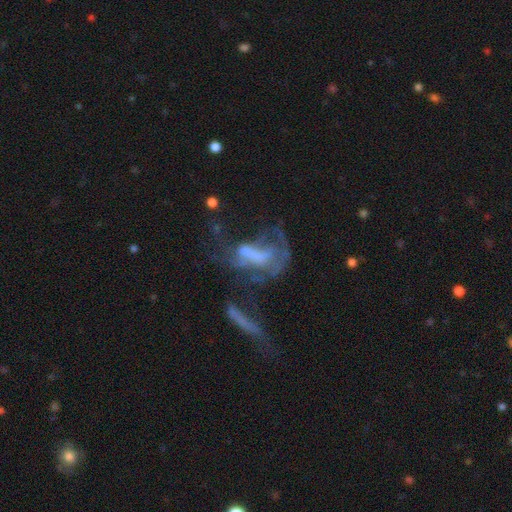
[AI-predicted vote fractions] Smooth or featured?
  - featured or disk: 59% *
  - smooth: 25%
  - star or artifact: 16%
Edge-on disk?
  - no: 92% *
  - yes: 8%
Bar?
  - no: 58% *
  - weak: 23%
  - strong: 19%
Spiral arms?
  - no: 66% *
  - yes: 34%
Bulge size?
  - none: 54% *
  - moderate: 18%
  - small: 15%
  - large: 10%
  - dominant: 3%
Merging?
  - major disturbance: 47% *
  - merger: 23%
  - none: 18%
  - minor disturbance: 11%